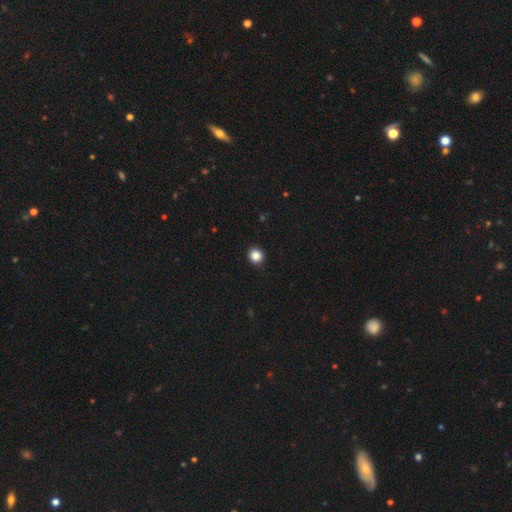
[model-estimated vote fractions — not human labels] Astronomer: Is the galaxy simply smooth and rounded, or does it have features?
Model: smooth — 86%.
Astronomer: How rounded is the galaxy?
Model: round — 87%.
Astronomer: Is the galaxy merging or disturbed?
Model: none — 92%.